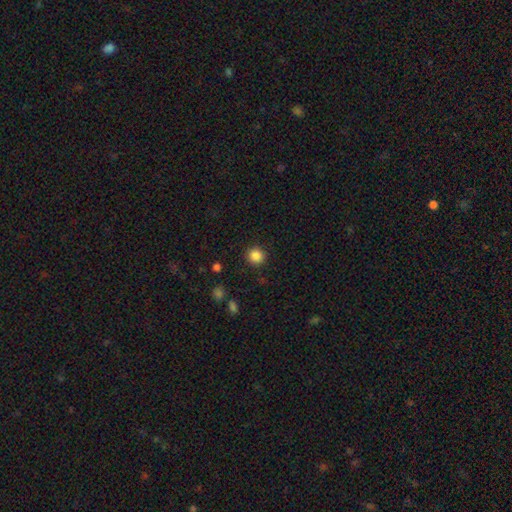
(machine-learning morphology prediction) Smooth or featured?
  - smooth: 86% *
  - star or artifact: 11%
  - featured or disk: 3%
How rounded?
  - round: 92% *
  - in between: 7%
  - cigar-shaped: 1%
Merging?
  - none: 91% *
  - minor disturbance: 6%
  - major disturbance: 2%
  - merger: 1%